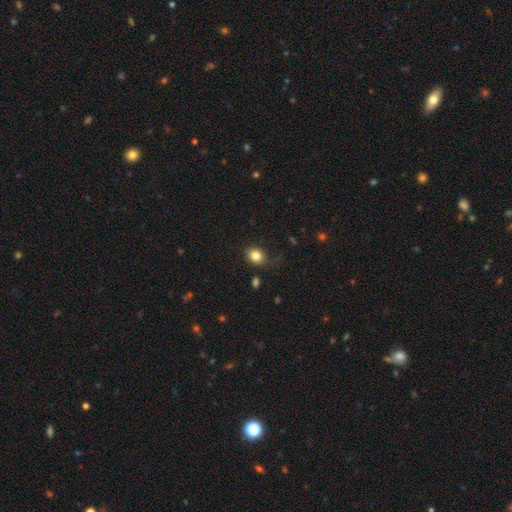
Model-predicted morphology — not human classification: smooth-or-featured: smooth: 83% | star or artifact: 11% | featured or disk: 6%
  how-rounded: round: 62% | in between: 37% | cigar-shaped: 1%
  merging: none: 75% | minor disturbance: 17% | major disturbance: 6% | merger: 2%